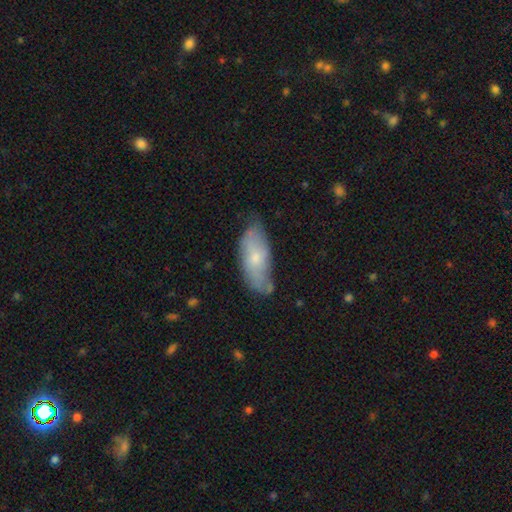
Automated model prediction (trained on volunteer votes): smooth_or_featured: smooth (p=0.61) [alt: featured or disk p=0.32]
how_rounded: in between (p=0.82) [alt: cigar-shaped p=0.15]
merging: none (p=0.57) [alt: minor disturbance p=0.32]